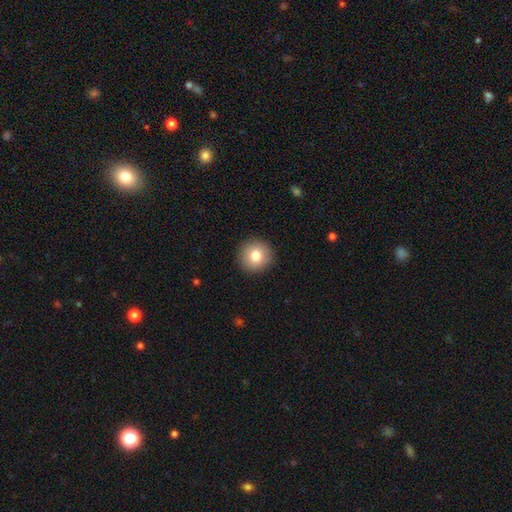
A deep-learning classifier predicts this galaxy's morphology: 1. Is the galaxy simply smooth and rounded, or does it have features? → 82% smooth, 10% featured or disk, 9% star or artifact.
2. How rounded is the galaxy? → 94% round, 5% in between, 1% cigar-shaped.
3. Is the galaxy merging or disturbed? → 92% none, 5% minor disturbance, 2% major disturbance, 1% merger.